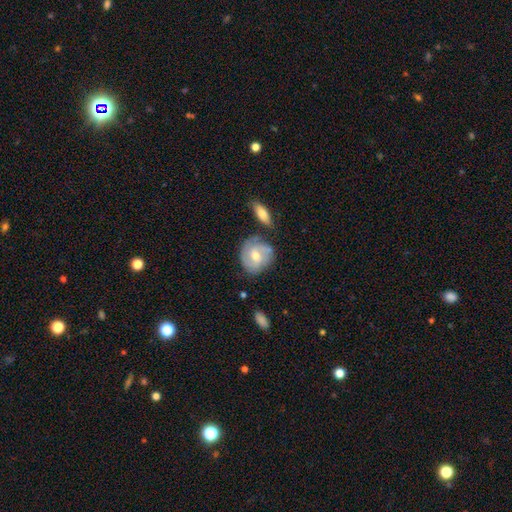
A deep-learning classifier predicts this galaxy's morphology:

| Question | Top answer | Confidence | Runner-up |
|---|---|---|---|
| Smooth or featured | featured or disk | 60% | smooth (33%) |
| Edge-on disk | no | 96% | yes (4%) |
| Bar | no | 53% | weak (40%) |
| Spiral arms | yes | 85% | no (15%) |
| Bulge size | moderate | 65% | small (30%) |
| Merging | none | 65% | minor disturbance (19%) |